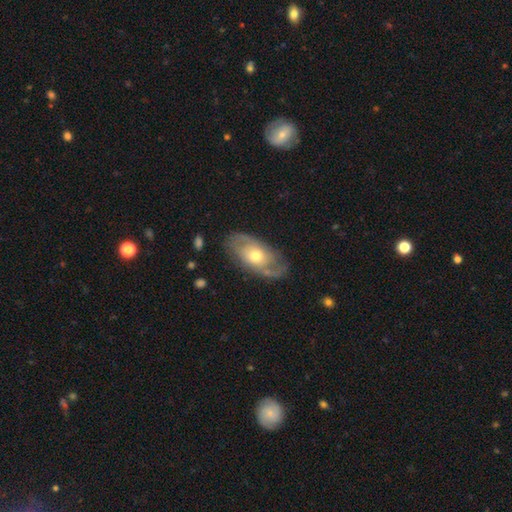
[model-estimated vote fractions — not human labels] Morphology: type=featured or disk (67%); edge-on=no (91%); bar=no (79%); spiral arms=yes (73%); bulge=moderate (64%); merging=none (74%).